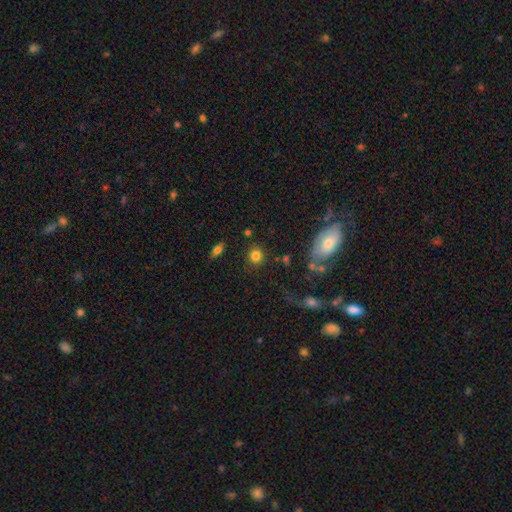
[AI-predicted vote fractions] This is clearly a smooth galaxy (81%). How rounded: clearly round (85%). Merging: clearly none (85%).